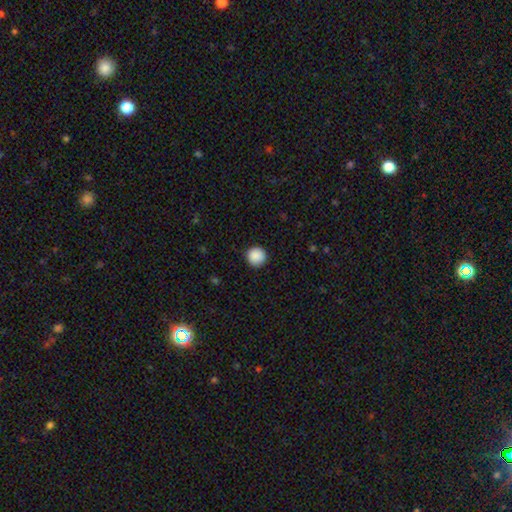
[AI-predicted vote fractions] Smooth or featured? Predicted: smooth (p=0.89). How rounded? Predicted: round (p=0.95). Merging? Predicted: none (p=0.91).